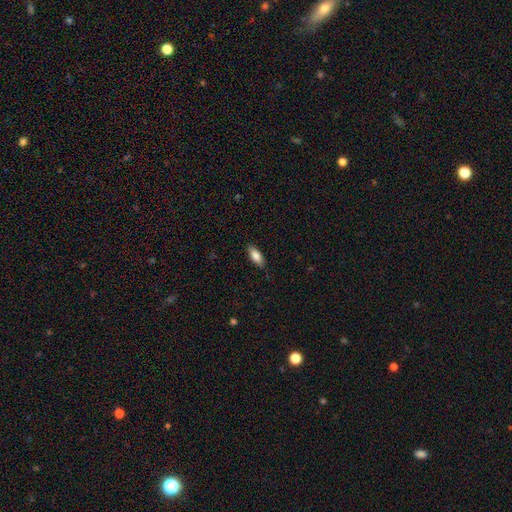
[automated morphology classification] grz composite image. It shows a smooth galaxy with no disk features (83%) that is in between round and cigar-shaped (80%). Merging: none (85%).